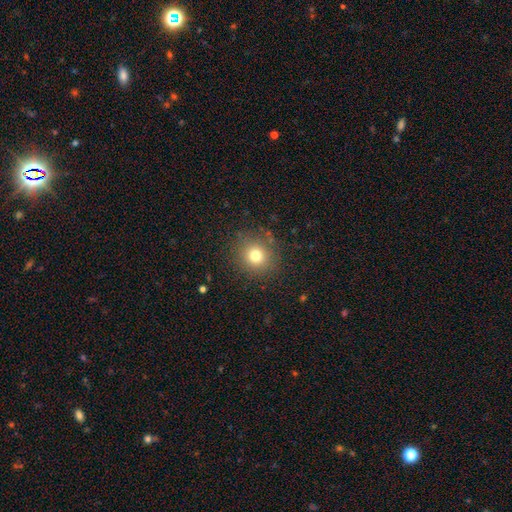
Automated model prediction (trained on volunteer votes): Smooth or featured? Predicted: smooth (p=0.77). How rounded? Predicted: round (p=0.87). Merging? Predicted: none (p=0.87).